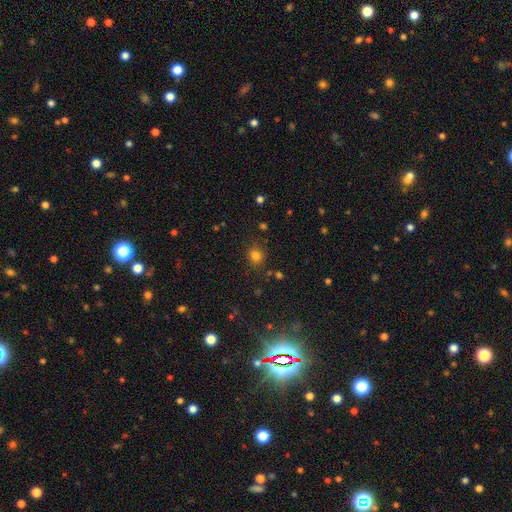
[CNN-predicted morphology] smooth 79%, star or artifact 16%, featured or disk 6%. Down the decision tree: how rounded — round (81%); merging — none (82%).